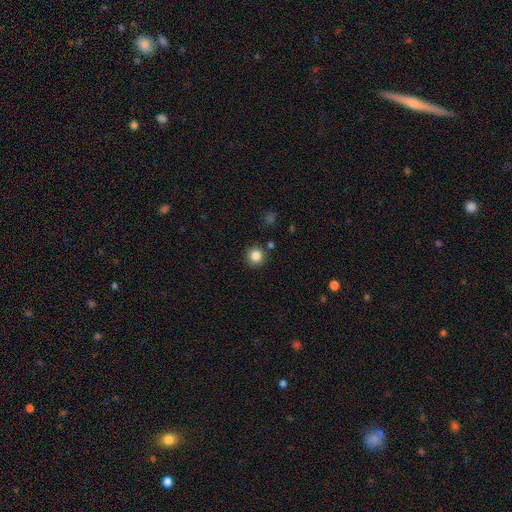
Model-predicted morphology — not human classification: smooth-or-featured: smooth: 85% | star or artifact: 11% | featured or disk: 4%
  how-rounded: round: 95% | in between: 4% | cigar-shaped: 1%
  merging: none: 89% | minor disturbance: 6% | merger: 3% | major disturbance: 2%